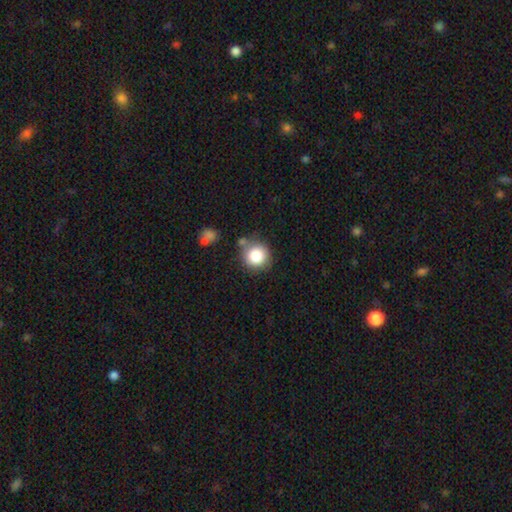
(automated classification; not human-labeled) Smooth or featured? smooth (83%)
How rounded? round (91%)
Merging? none (72%)